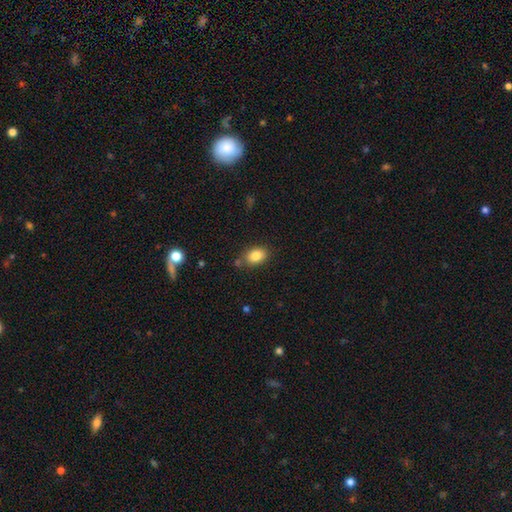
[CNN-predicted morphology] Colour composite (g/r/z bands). It shows a smooth galaxy with no disk features (84%) that is in between round and cigar-shaped (79%). Merging: none (76%).